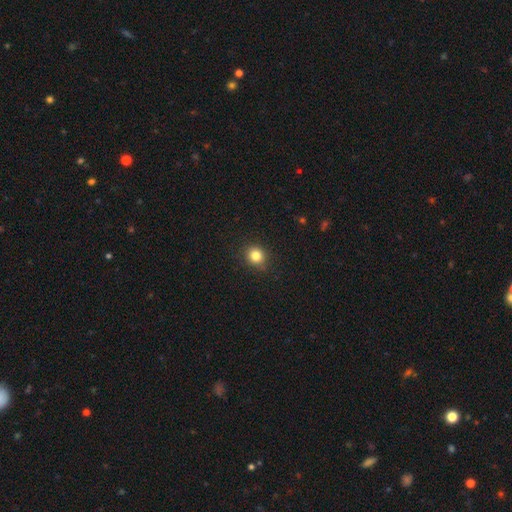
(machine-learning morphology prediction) Smooth or featured: smooth — 82% (star or artifact — 12%)
How rounded: round — 80% (in between — 19%)
Merging: none — 87% (minor disturbance — 9%)